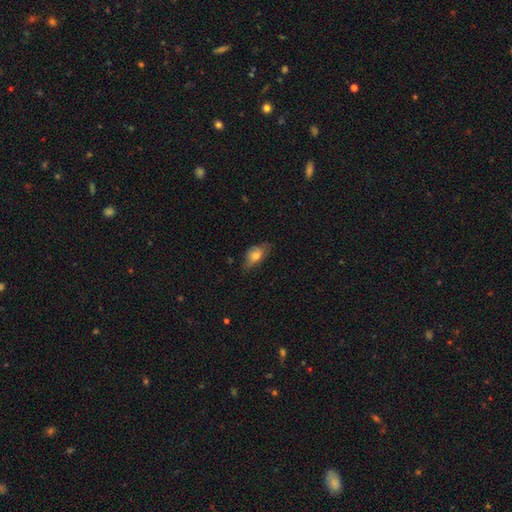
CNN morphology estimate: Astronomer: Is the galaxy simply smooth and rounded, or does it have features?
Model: smooth — 69%.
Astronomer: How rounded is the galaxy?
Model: in between — 85%.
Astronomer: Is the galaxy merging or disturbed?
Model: none — 55% (runner-up: minor disturbance, 33%).